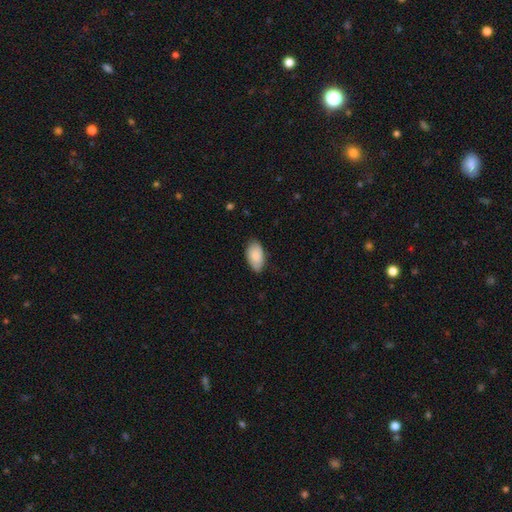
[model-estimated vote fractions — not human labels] This appears to be a smooth galaxy with no disk features (86%) that is in between round and cigar-shaped (95%). Merging: none (80%).